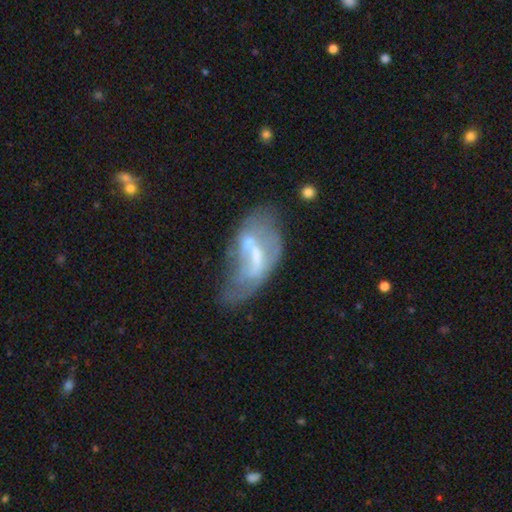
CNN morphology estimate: This is likely a featured or disk galaxy (61%). It is clearly not viewed edge-on (93%). Bar: marginally weak (39%). Spiral arm pattern: likely no (63%). Central bulge: marginally small (36%). Merging: marginally major disturbance (31%).